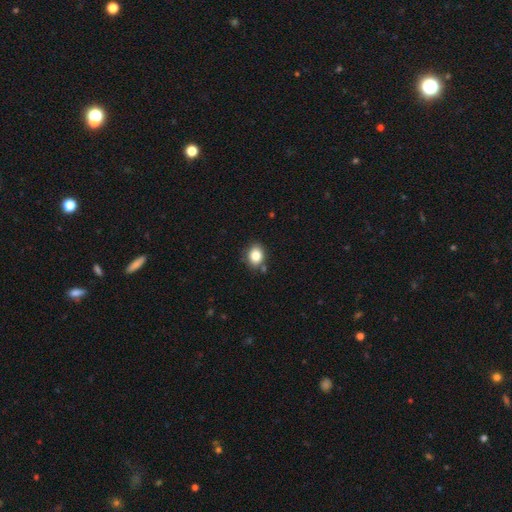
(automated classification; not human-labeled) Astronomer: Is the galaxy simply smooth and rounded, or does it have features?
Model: smooth — 83%.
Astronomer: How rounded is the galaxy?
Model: round — 53% (runner-up: in between, 46%).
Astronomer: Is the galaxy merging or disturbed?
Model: none — 78%.